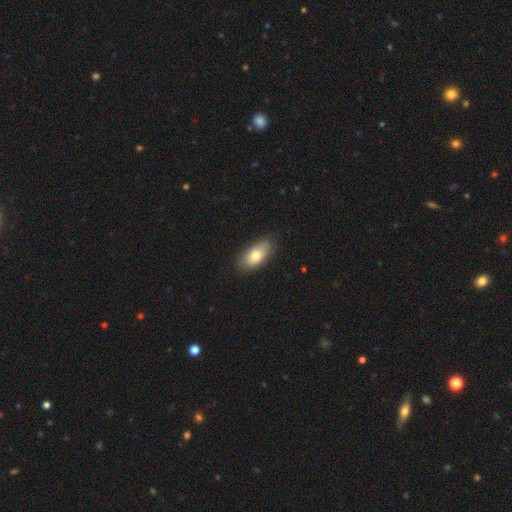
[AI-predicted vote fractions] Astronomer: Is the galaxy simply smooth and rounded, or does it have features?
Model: smooth — 77%.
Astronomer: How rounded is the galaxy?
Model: in between — 91%.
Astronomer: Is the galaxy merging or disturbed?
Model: none — 81%.